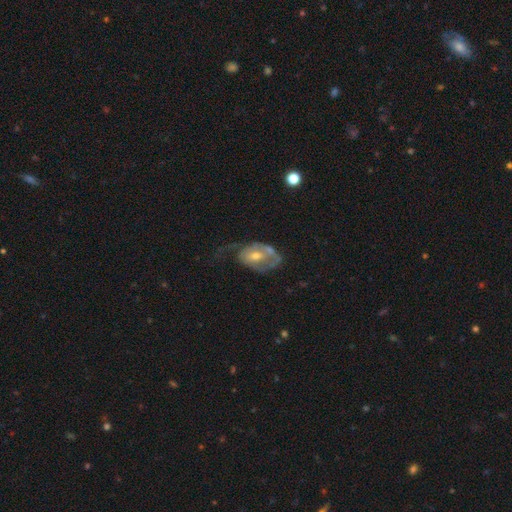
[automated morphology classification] Smooth or featured: featured or disk — 64% (smooth — 29%)
Edge-on disk: no — 95% (yes — 5%)
Bar: no — 63% (weak — 30%)
Spiral arms: yes — 58% (no — 42%)
Bulge size: moderate — 58% (small — 35%)
Merging: major disturbance — 45% (none — 26%)